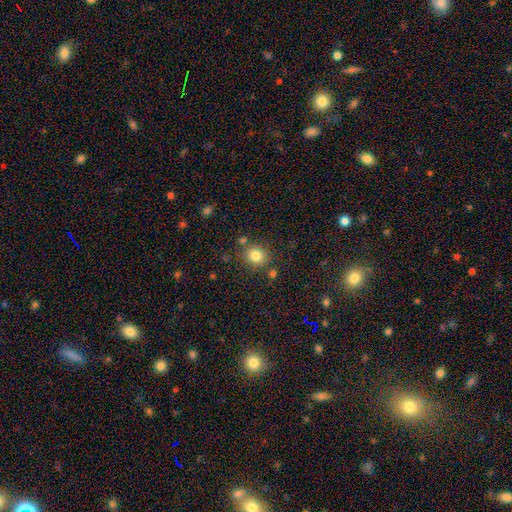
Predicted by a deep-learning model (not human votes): Q: Smooth or featured?
A: smooth (81%); runner-up: star or artifact (12%)
Q: How rounded?
A: round (81%); runner-up: in between (18%)
Q: Merging?
A: none (78%); runner-up: minor disturbance (10%)